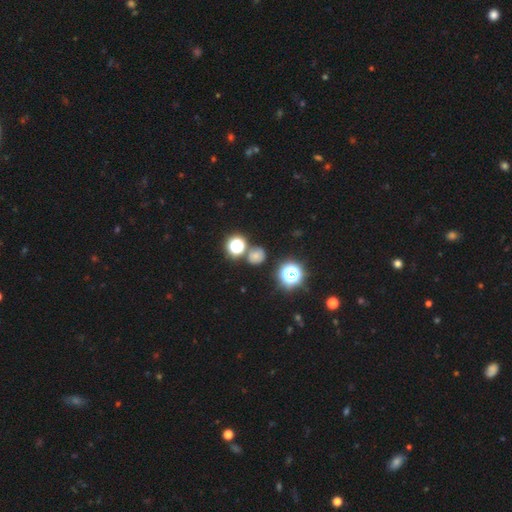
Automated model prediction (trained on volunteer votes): Morphology: type=smooth (56%); roundness=round (80%); merging=none (77%).